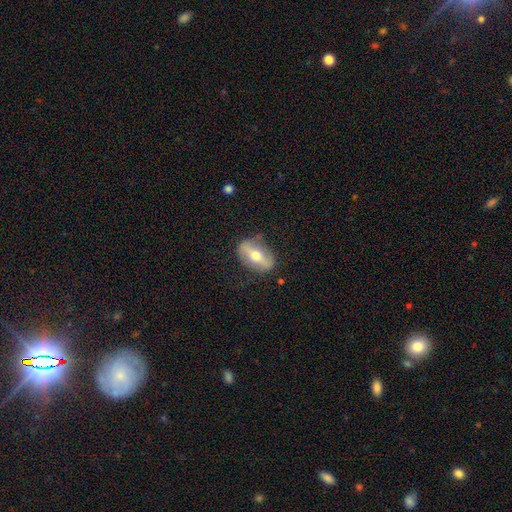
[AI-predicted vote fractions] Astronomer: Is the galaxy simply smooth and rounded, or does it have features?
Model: featured or disk — 55% (runner-up: smooth, 39%).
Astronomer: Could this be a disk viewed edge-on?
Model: no — 66%.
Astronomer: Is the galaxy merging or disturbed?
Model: none — 78%.